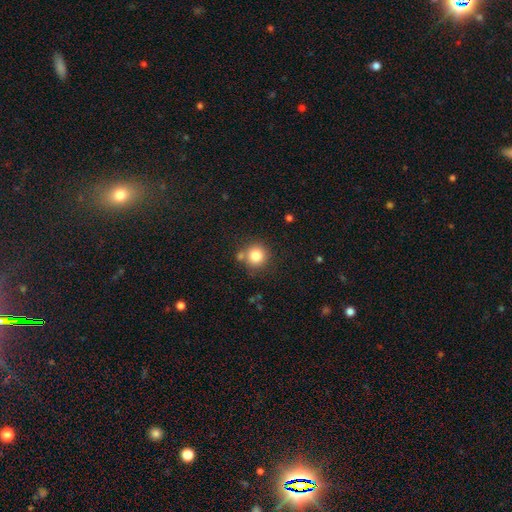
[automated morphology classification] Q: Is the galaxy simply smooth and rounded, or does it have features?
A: smooth — 83%.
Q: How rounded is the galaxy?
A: round — 92%.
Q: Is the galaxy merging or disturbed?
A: none — 73%.